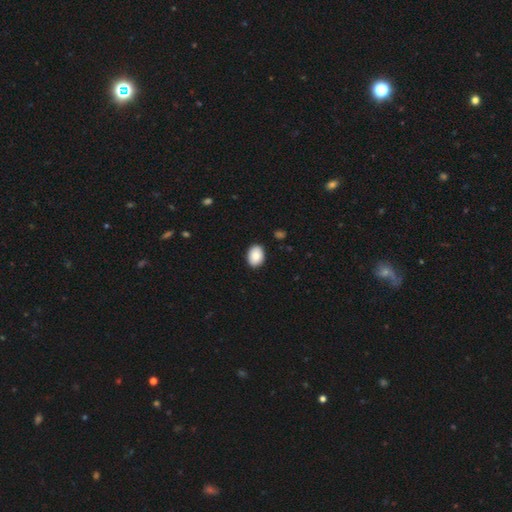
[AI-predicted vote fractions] A smooth galaxy with no disk features (87%) that is in between round and cigar-shaped (79%).

Vote fractions:
- Smooth or featured? smooth: 87% / star or artifact: 7% / featured or disk: 7%
- How rounded? in between: 79% / round: 20% / cigar-shaped: 1%
- Merging? none: 89% / minor disturbance: 9% / major disturbance: 2% / merger: 1%